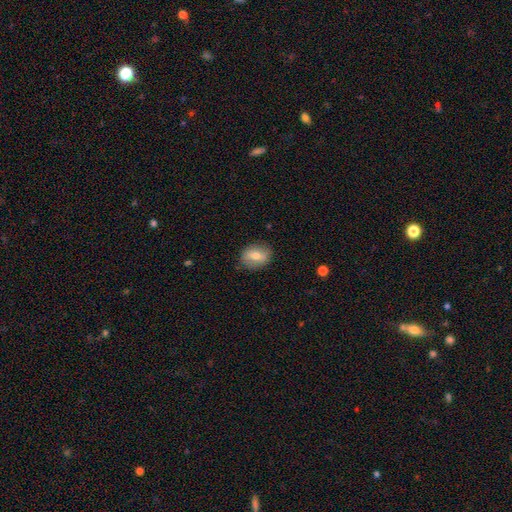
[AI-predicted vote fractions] A smooth galaxy with no disk features (63%) that is in between round and cigar-shaped (57%). Merging: none (83%).